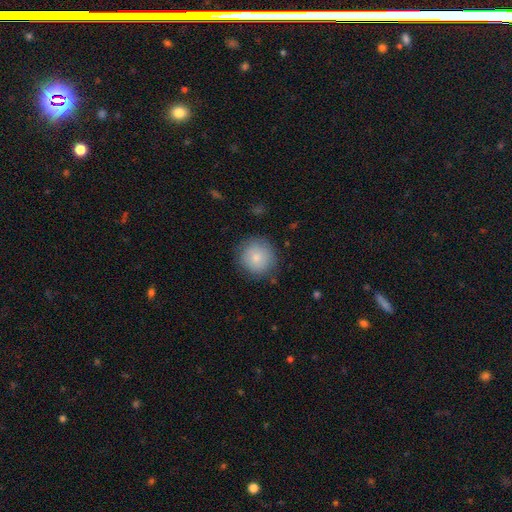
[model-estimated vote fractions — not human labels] smooth-or-featured: smooth: 82% | featured or disk: 10% | star or artifact: 7%
  how-rounded: round: 93% | in between: 6% | cigar-shaped: 1%
  merging: none: 84% | minor disturbance: 12% | major disturbance: 3% | merger: 1%